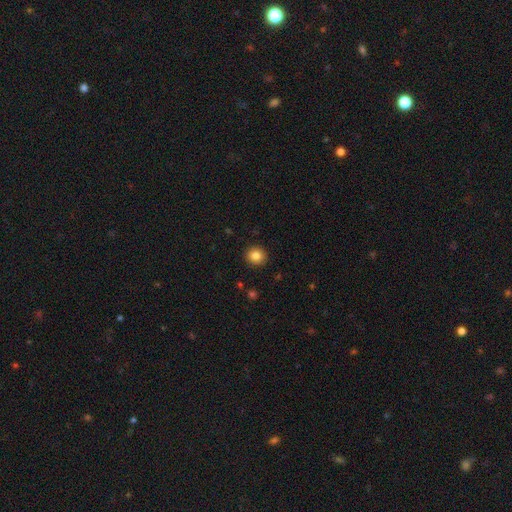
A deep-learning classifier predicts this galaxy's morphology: Smooth or featured: smooth — 84% (star or artifact — 10%)
How rounded: round — 91% (in between — 8%)
Merging: none — 92% (minor disturbance — 5%)